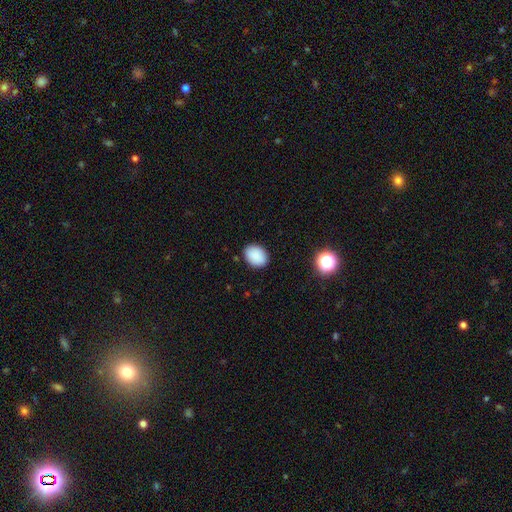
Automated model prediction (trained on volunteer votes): smooth 88%, star or artifact 9%, featured or disk 3%. Down the decision tree: how rounded — in between (68%); merging — none (87%).